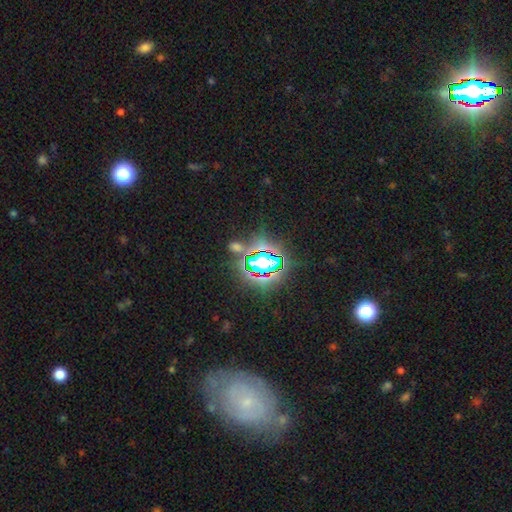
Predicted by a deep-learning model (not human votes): Overall: star or artifact (68%).